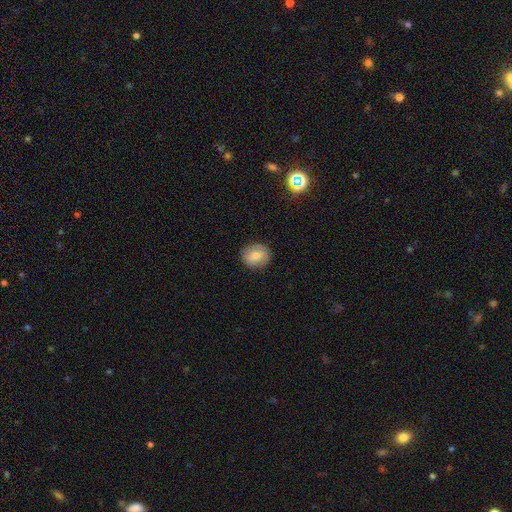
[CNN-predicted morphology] A smooth galaxy with no disk features (74%) that is round (75%). Merging: none (86%).